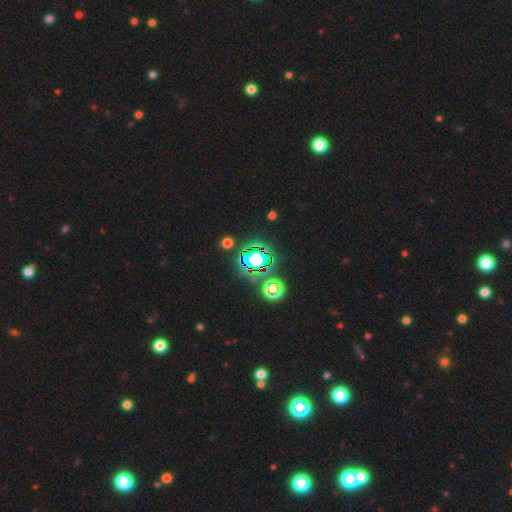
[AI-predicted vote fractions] A star or artifact, not a galaxy (77%).